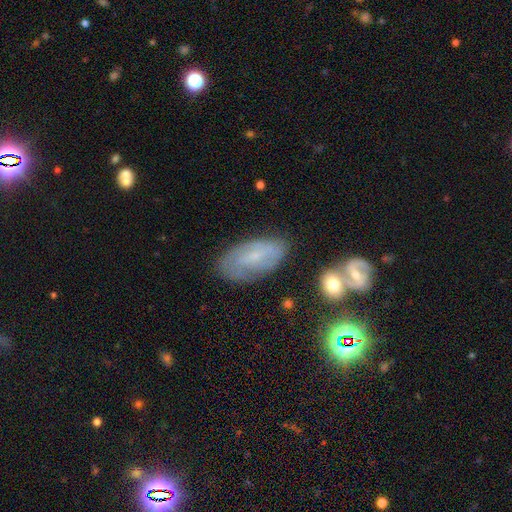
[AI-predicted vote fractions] Smooth or featured? Predicted: featured or disk (p=0.50). Edge-on disk? Predicted: no (p=0.91). Merging? Predicted: none (p=0.72).